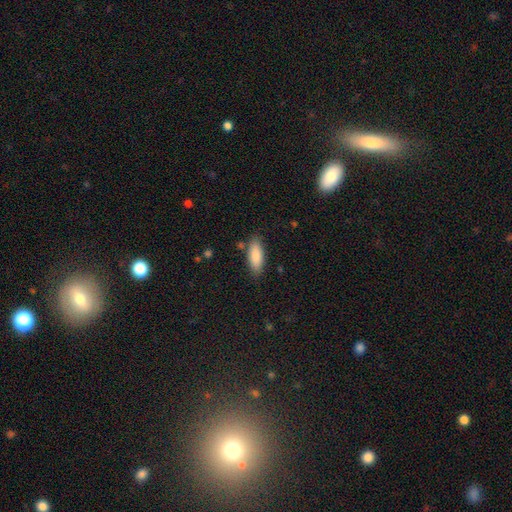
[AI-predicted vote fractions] Morphology: type=smooth (87%); roundness=in between (73%); merging=none (82%).